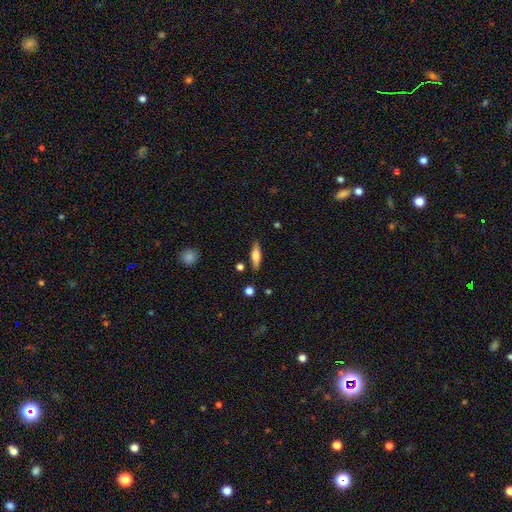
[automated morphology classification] Q: Smooth or featured?
A: smooth (60%); runner-up: featured or disk (33%)
Q: How rounded?
A: cigar-shaped (51%); runner-up: in between (46%)
Q: Merging?
A: none (84%); runner-up: minor disturbance (11%)